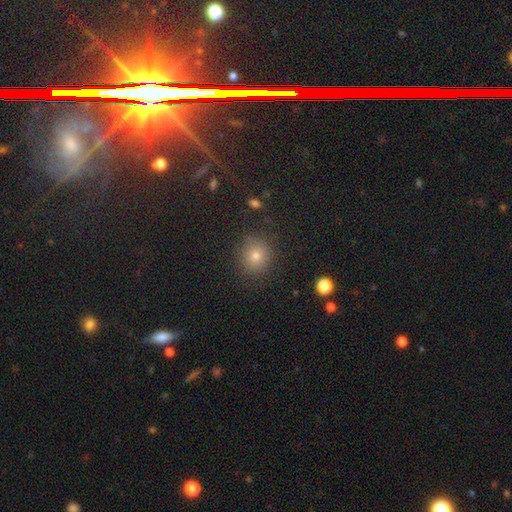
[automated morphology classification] This appears to be a smooth galaxy with no disk features (74%) that is round (88%). Merging: none (89%).